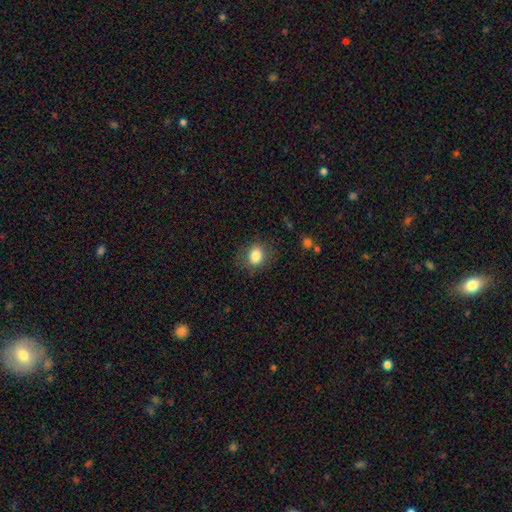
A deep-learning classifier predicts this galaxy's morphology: smooth-or-featured: smooth: 82% | star or artifact: 9% | featured or disk: 9%
  how-rounded: in between: 54% | round: 45% | cigar-shaped: 1%
  merging: none: 78% | minor disturbance: 15% | major disturbance: 6% | merger: 1%